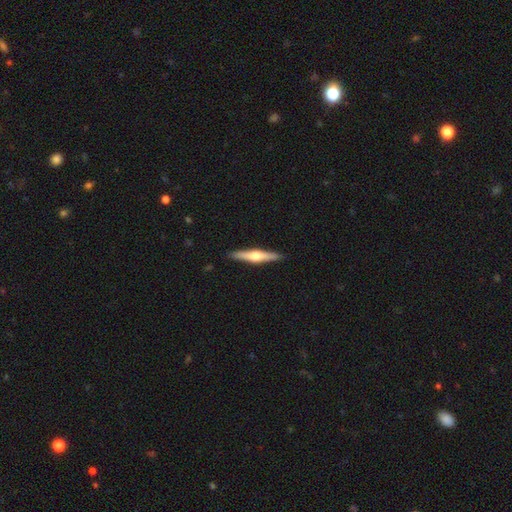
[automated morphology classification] Smooth or featured? featured or disk (64%)
Edge-on disk? yes (97%)
Edge-on bulge? rounded (92%)
Merging? none (91%)